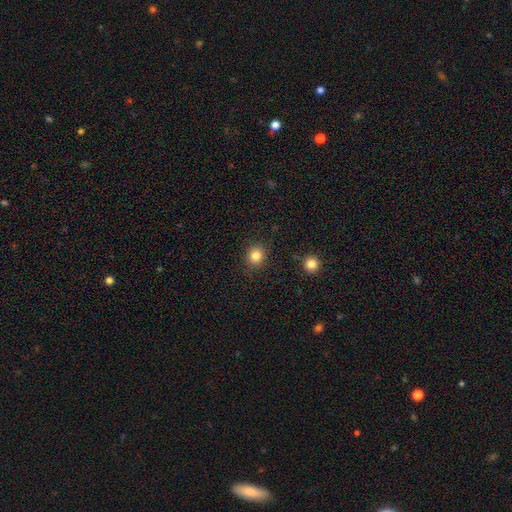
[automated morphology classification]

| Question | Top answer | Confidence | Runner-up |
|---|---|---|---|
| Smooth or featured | smooth | 84% | star or artifact (11%) |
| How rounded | round | 86% | in between (13%) |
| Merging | none | 89% | minor disturbance (7%) |